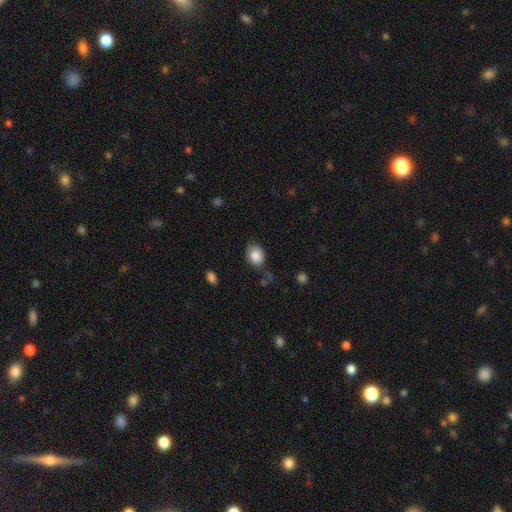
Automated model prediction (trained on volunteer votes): smooth_or_featured: smooth (p=0.86) [alt: star or artifact p=0.08]
how_rounded: in between (p=0.57) [alt: round p=0.42]
merging: none (p=0.69) [alt: minor disturbance p=0.22]